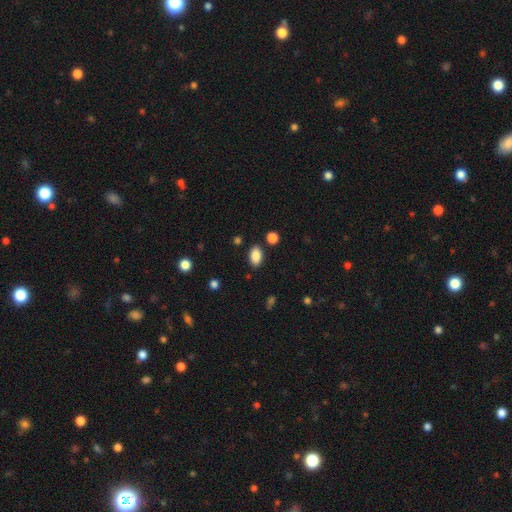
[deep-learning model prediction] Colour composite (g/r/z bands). It shows a smooth galaxy with no disk features (87%) that is in between round and cigar-shaped (90%). Merging: none (84%).